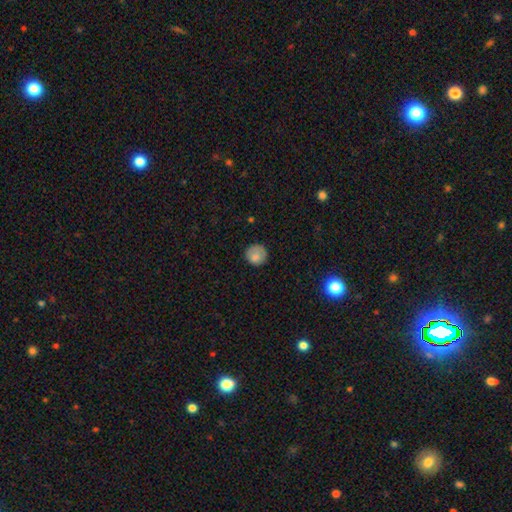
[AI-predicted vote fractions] A smooth galaxy with no disk features (82%) that is round (91%). Merging: none (79%).